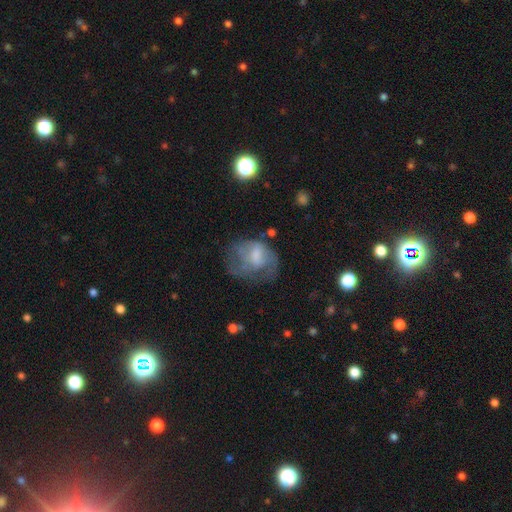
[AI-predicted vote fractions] Q: Smooth or featured?
A: smooth (46%); runner-up: featured or disk (44%)
Q: Merging?
A: major disturbance (41%); runner-up: none (31%)